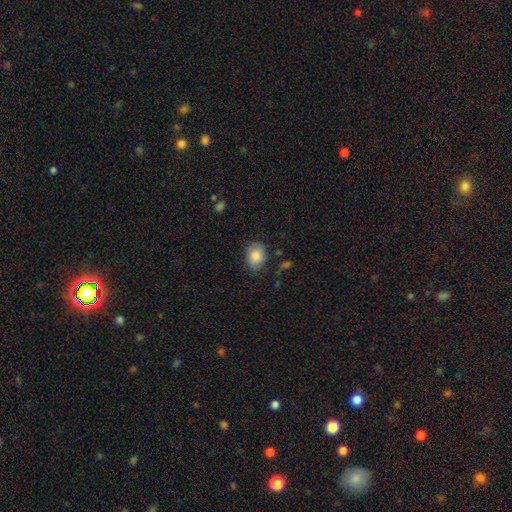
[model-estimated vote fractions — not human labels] Morphology: type=smooth (85%); roundness=in between (66%); merging=none (73%).